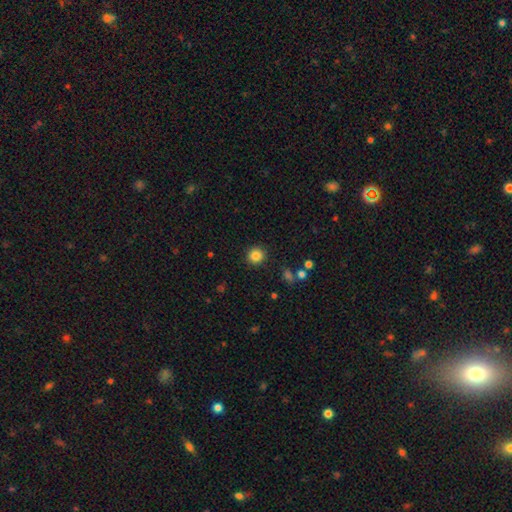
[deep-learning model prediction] The model was most divided on "smooth or featured": smooth: 85%, star or artifact: 11%, featured or disk: 5%. More confident: how rounded — round (92%); merging — none (91%).